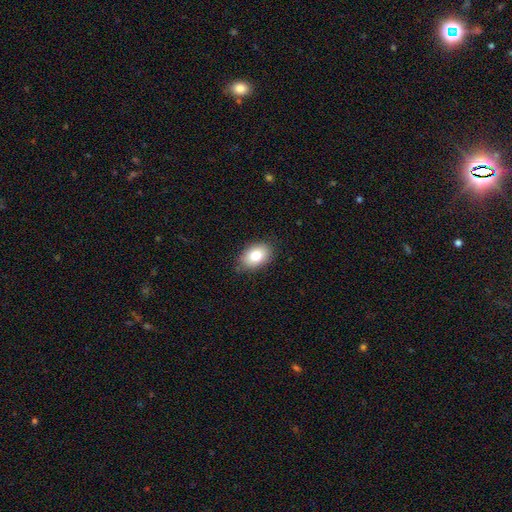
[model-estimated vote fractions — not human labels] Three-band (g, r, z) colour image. It shows a smooth galaxy with no disk features (81%) that is in between round and cigar-shaped (86%). Merging: none (84%).